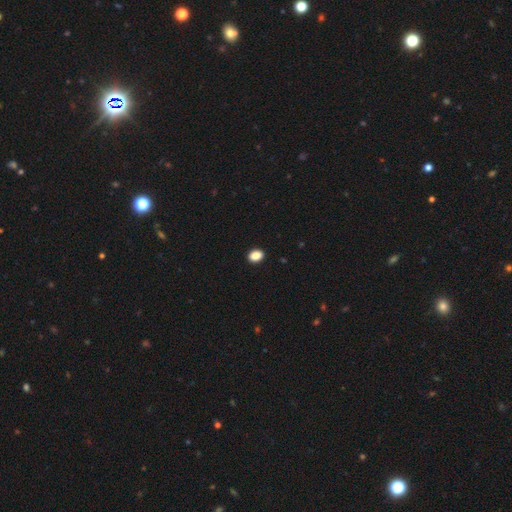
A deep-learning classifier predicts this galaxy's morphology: A smooth galaxy with no disk features (89%) that is in between round and cigar-shaped (71%).

Vote fractions:
- Smooth or featured? smooth: 89% / star or artifact: 9% / featured or disk: 3%
- How rounded? in between: 71% / round: 27% / cigar-shaped: 1%
- Merging? none: 92% / minor disturbance: 6% / major disturbance: 1% / merger: 1%